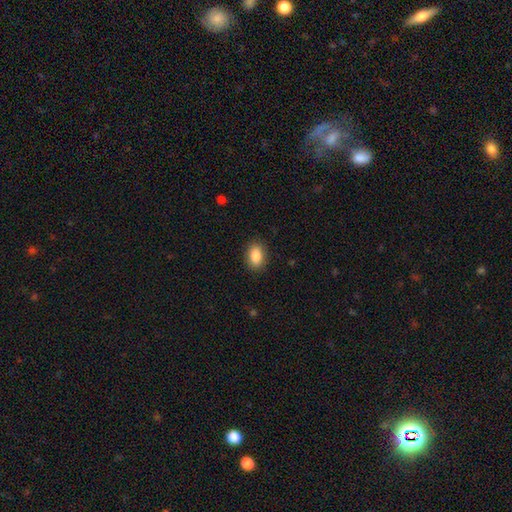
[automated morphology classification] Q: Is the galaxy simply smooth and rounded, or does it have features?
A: smooth — 88%.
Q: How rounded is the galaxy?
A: in between — 88%.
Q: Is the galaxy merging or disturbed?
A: none — 88%.